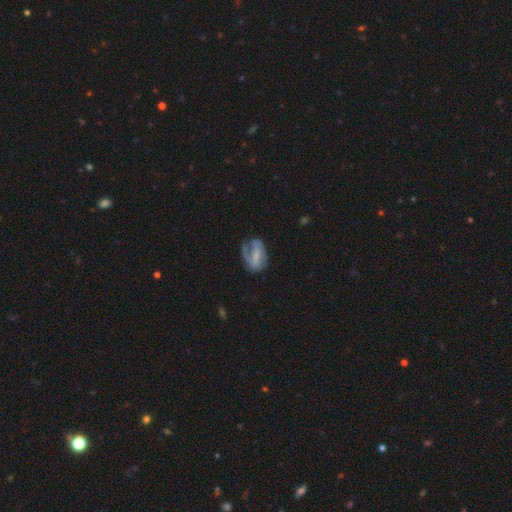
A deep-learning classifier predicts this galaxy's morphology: smooth_or_featured: featured or disk (p=0.54) [alt: smooth p=0.38]
disk_edge_on: no (p=0.95) [alt: yes p=0.05]
bar: weak (p=0.39) [alt: no p=0.34]
has_spiral_arms: yes (p=0.64) [alt: no p=0.36]
bulge_size: small (p=0.39) [alt: none p=0.33]
merging: none (p=0.43) [alt: major disturbance p=0.27]